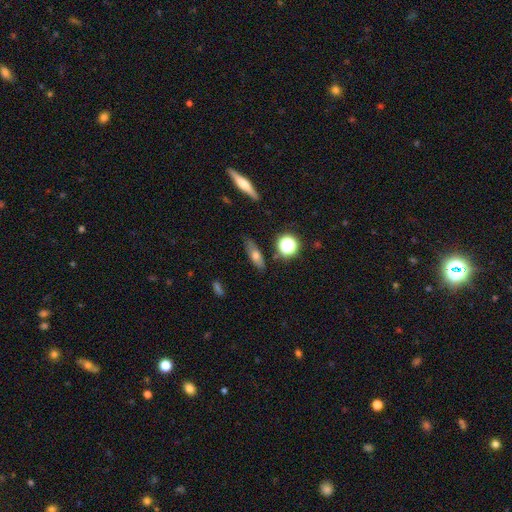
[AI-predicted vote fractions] Q: Smooth or featured?
A: smooth (60%); runner-up: featured or disk (28%)
Q: How rounded?
A: in between (50%); runner-up: cigar-shaped (40%)
Q: Merging?
A: none (80%); runner-up: minor disturbance (14%)